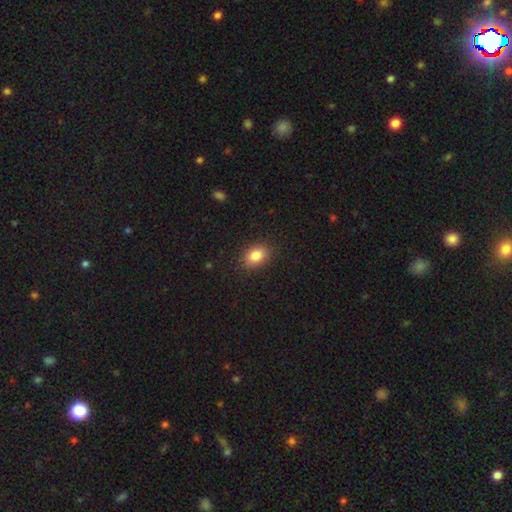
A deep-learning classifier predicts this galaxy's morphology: A smooth galaxy with no disk features (85%) that is in between round and cigar-shaped (77%). Merging: none (87%).